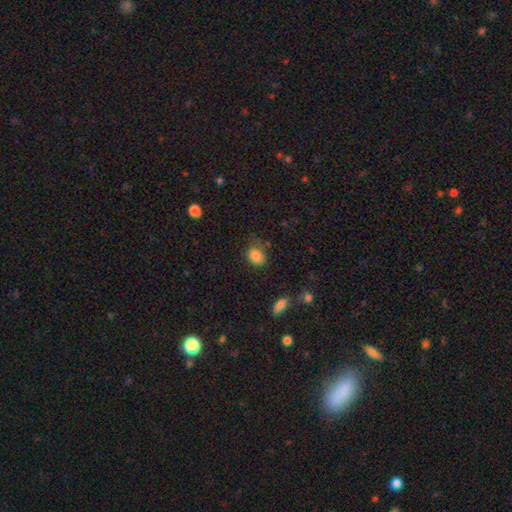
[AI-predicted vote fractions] smooth_or_featured: smooth (p=0.84) [alt: star or artifact p=0.09]
how_rounded: in between (p=0.72) [alt: round p=0.27]
merging: none (p=0.62) [alt: minor disturbance p=0.26]